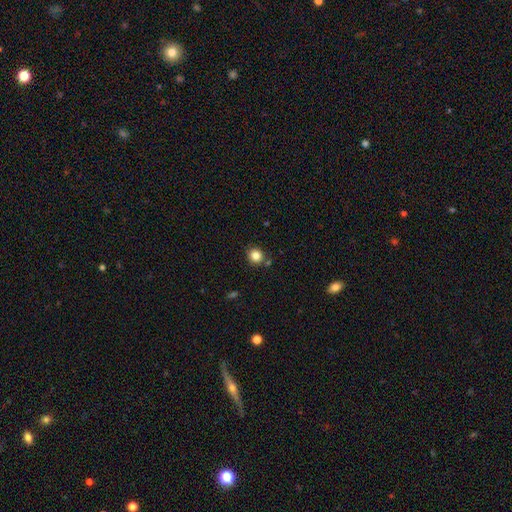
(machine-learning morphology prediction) smooth-or-featured: smooth: 83% | star or artifact: 12% | featured or disk: 5%
  how-rounded: round: 88% | in between: 11% | cigar-shaped: 1%
  merging: none: 84% | minor disturbance: 8% | merger: 5% | major disturbance: 2%